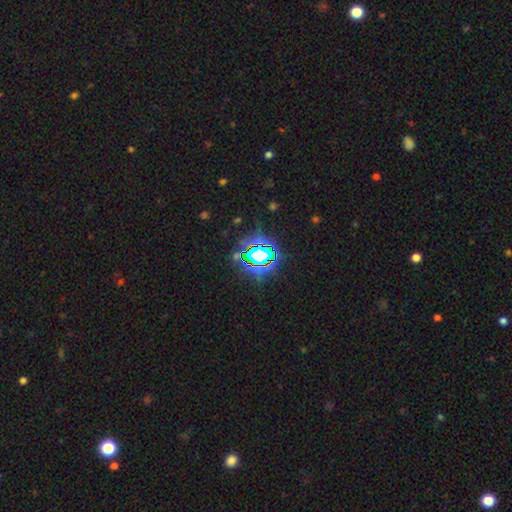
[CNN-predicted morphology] Overall: star or artifact (74%).